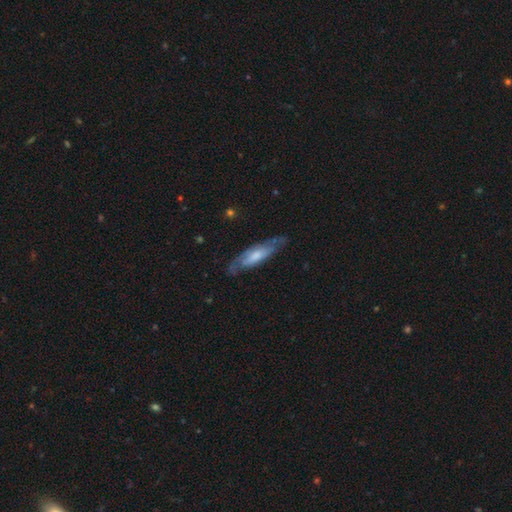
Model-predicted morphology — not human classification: Overall: featured or disk (55%; smooth 40%). Edge-on disk: no (57%; yes 43%). Merging: none (69%).